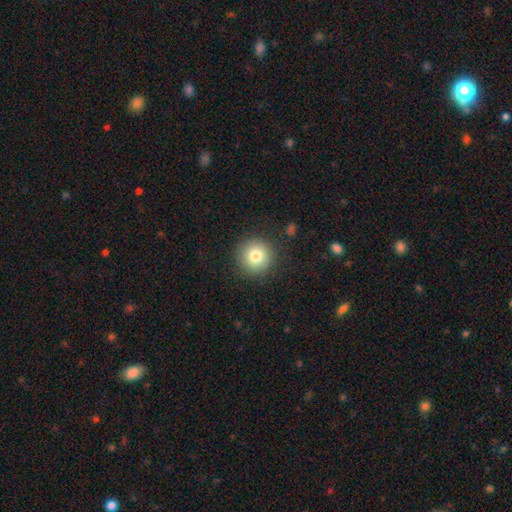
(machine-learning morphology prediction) type=smooth (80%); roundness=round (95%); merging=none (89%).